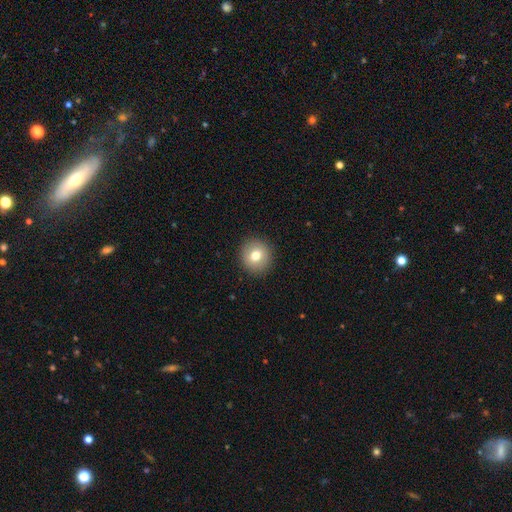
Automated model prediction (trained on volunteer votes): Q: Smooth or featured?
A: smooth (76%); runner-up: featured or disk (13%)
Q: How rounded?
A: round (91%); runner-up: in between (8%)
Q: Merging?
A: none (91%); runner-up: minor disturbance (6%)